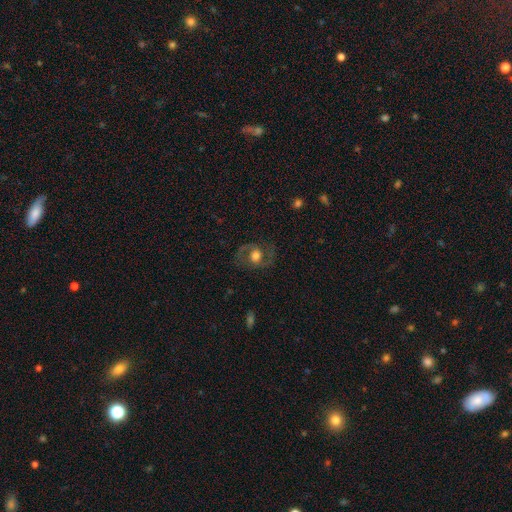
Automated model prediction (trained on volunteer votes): Overall: featured or disk (62%; smooth 29%). Edge-on disk: no (95%). Bar: no (65%; weak 28%). Spiral arms: yes (74%). Bulge size: moderate (44%; large 42%). Merging: none (74%).